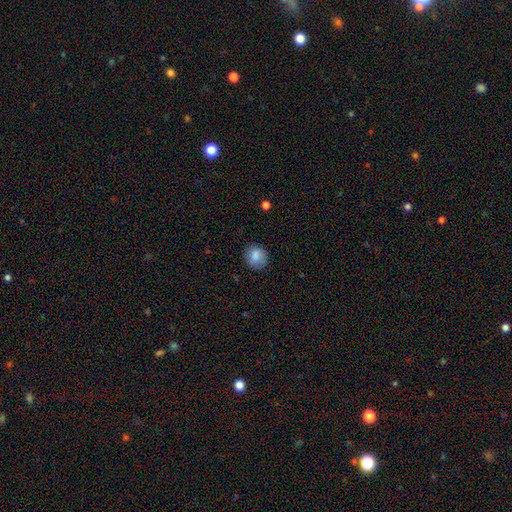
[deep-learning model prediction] Smooth or featured? smooth (84%)
How rounded? round (78%)
Merging? none (84%)